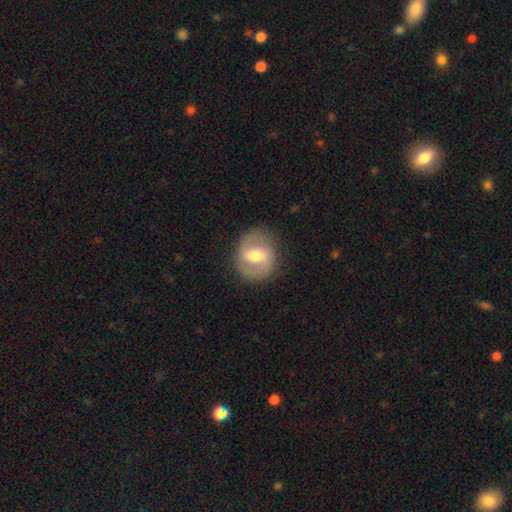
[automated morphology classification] A featured or disk galaxy (67%) with a weak bar (49%), spiral arms (77%) and a moderate central bulge (69%). Merging: none (84%).